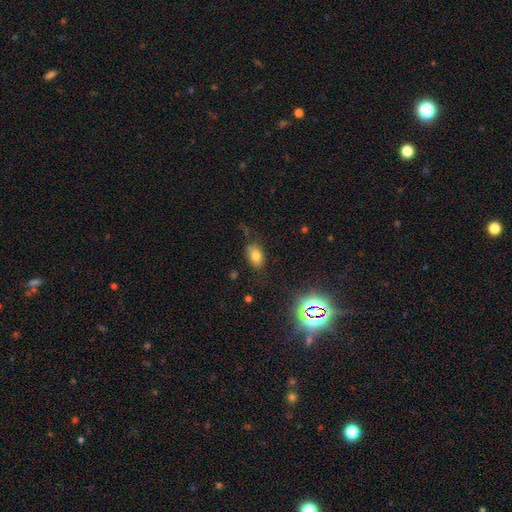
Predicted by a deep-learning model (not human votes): This appears to be a smooth galaxy with no disk features (75%) that is in between round and cigar-shaped (85%). Merging: none (73%).